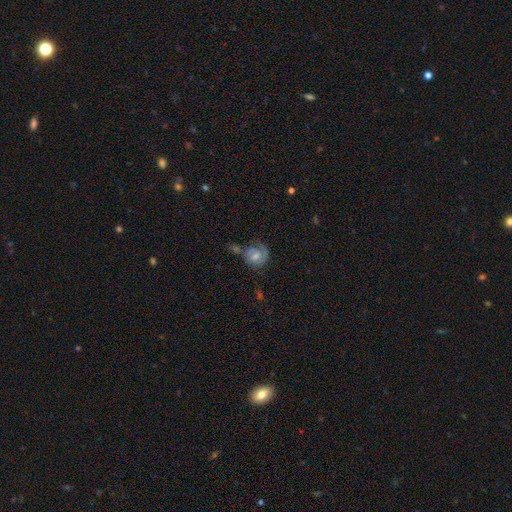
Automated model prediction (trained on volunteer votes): Overall: featured or disk (63%; smooth 28%). Edge-on disk: no (97%). Bar: no (48%; weak 43%). Spiral arms: yes (86%). Spiral arm count: 2 (43%; 1 37%). Spiral winding: tight (52%; medium 35%). Bulge size: moderate (53%; small 29%). Merging: none (46%; minor disturbance 20%).